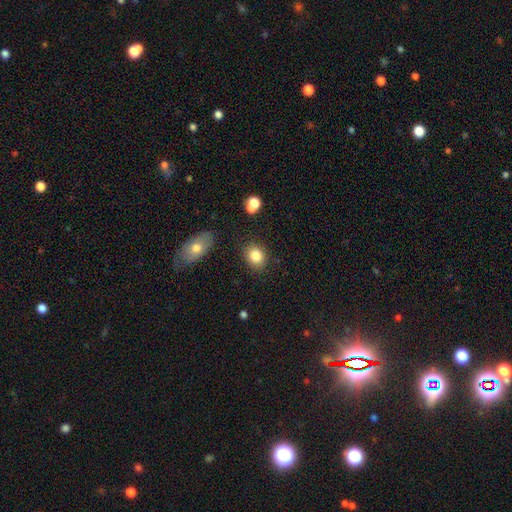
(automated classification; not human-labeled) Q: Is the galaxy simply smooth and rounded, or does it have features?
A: smooth — 84%.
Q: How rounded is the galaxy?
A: round — 54%.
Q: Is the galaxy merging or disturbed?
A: none — 82%.